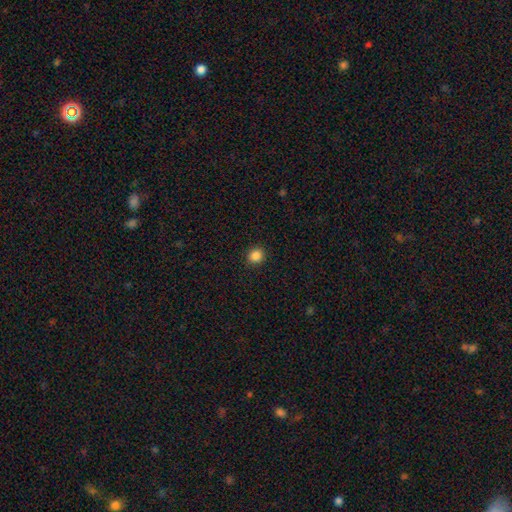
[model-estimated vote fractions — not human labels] This appears to be a smooth galaxy with no disk features (86%) that is round (87%). Merging: none (92%).